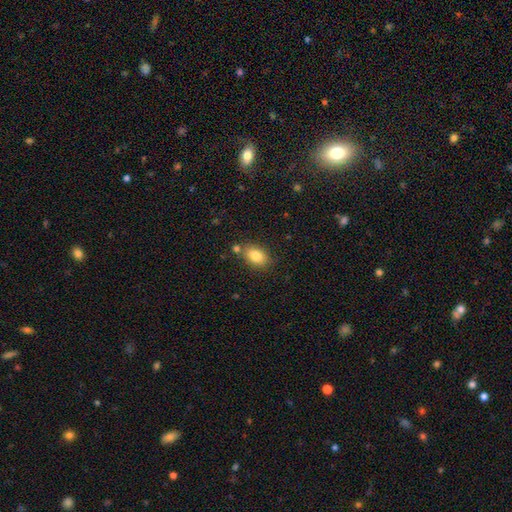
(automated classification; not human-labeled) smooth-or-featured: smooth: 83% | featured or disk: 9% | star or artifact: 9%
  how-rounded: in between: 86% | round: 12% | cigar-shaped: 2%
  merging: none: 75% | minor disturbance: 13% | merger: 9% | major disturbance: 3%